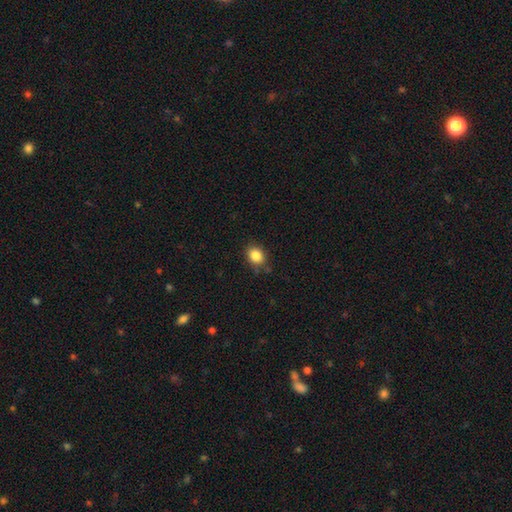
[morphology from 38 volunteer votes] A smooth galaxy with no disk features (82%) that is in between round and cigar-shaped (77%).

Vote fractions:
- Smooth or featured? smooth: 82% / featured or disk: 13% / star or artifact: 5%
- How rounded? in between: 77% / round: 23% / cigar-shaped: 0%
- Merging? none: 83% / major disturbance: 11% / minor disturbance: 3% / merger: 3%